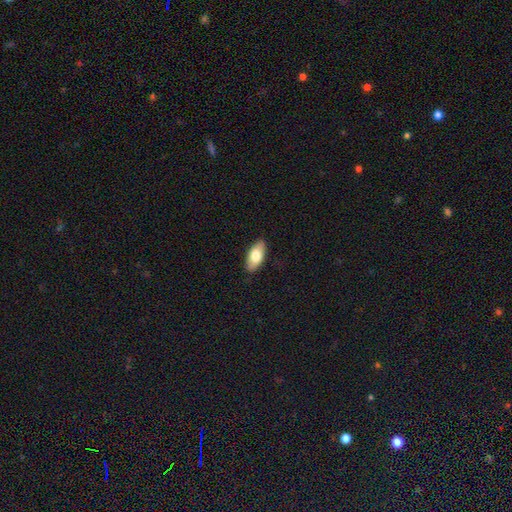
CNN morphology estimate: Smooth or featured? Predicted: smooth (p=0.77). How rounded? Predicted: in between (p=0.90). Merging? Predicted: none (p=0.88).